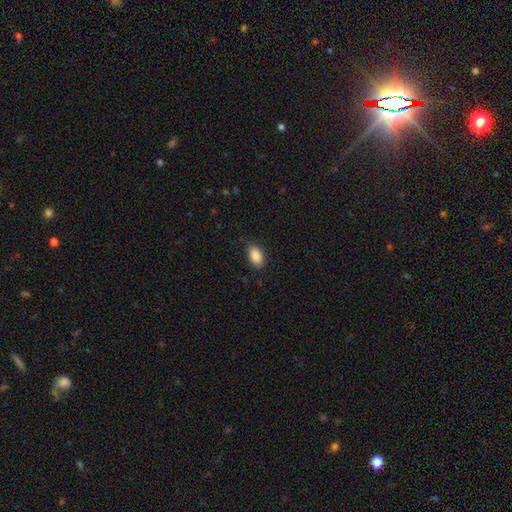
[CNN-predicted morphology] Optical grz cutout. It shows a smooth galaxy with no disk features (90%) that is in between round and cigar-shaped (92%). Merging: none (84%).